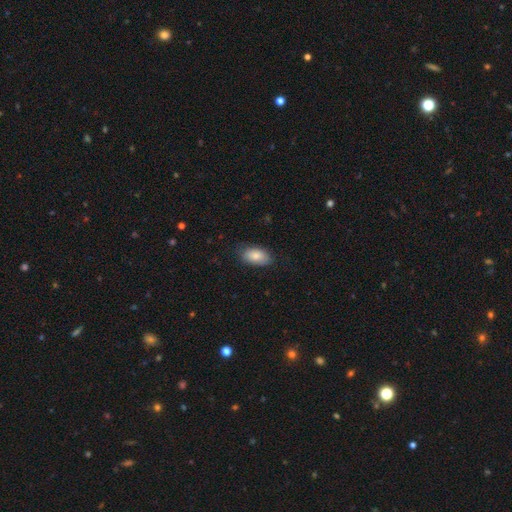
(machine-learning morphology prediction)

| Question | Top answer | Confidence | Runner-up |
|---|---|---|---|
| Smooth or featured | smooth | 84% | featured or disk (10%) |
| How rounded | in between | 93% | round (4%) |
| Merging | none | 77% | minor disturbance (18%) |